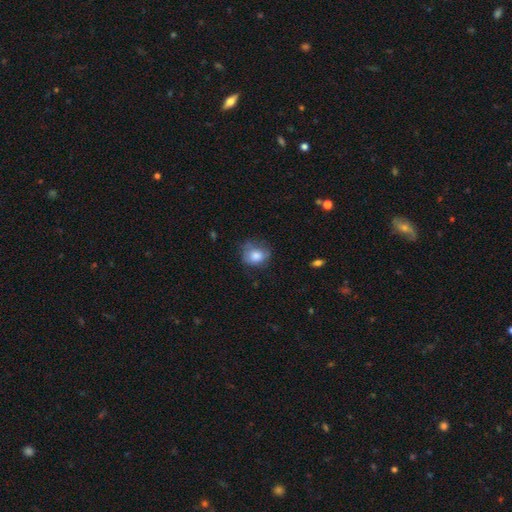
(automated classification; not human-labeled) Smooth or featured?
  - smooth: 78% *
  - featured or disk: 14%
  - star or artifact: 8%
How rounded?
  - round: 62% *
  - in between: 37%
  - cigar-shaped: 1%
Merging?
  - none: 53% *
  - minor disturbance: 31%
  - major disturbance: 14%
  - merger: 2%